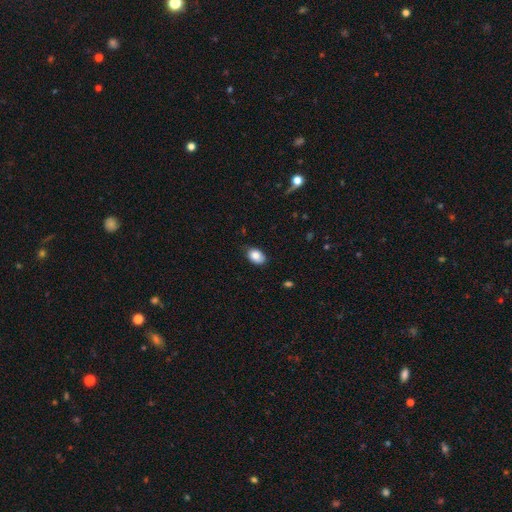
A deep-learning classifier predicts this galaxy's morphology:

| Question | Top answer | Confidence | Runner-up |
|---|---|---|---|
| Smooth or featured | smooth | 83% | featured or disk (9%) |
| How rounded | in between | 84% | round (14%) |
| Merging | none | 77% | minor disturbance (19%) |